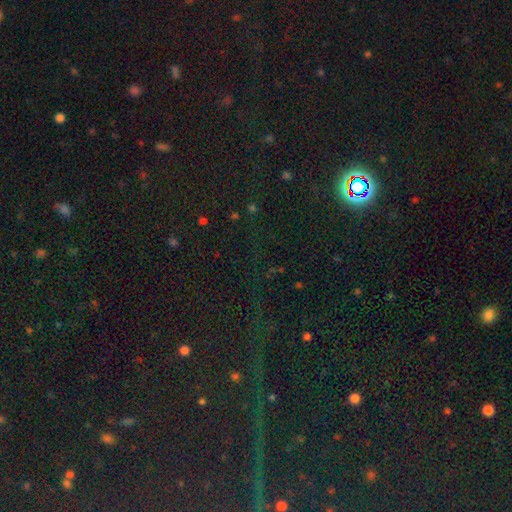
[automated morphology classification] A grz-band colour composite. It shows a star or artifact, not a galaxy (83%).